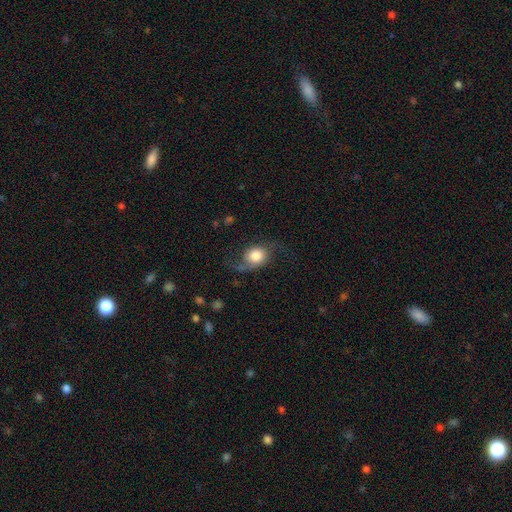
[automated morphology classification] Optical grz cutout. It shows a smooth galaxy with no disk features (46%). Merging: none (57%).